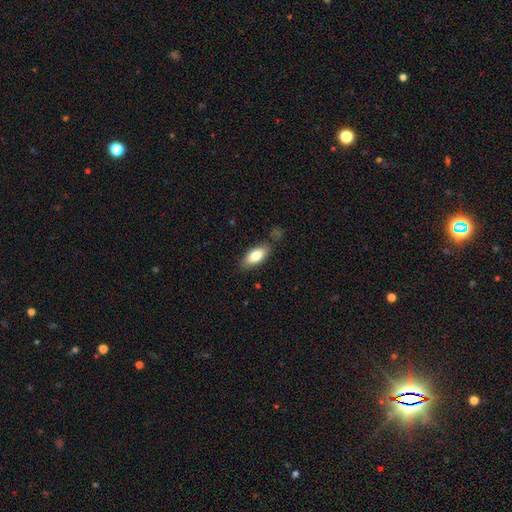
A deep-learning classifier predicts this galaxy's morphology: Q: Smooth or featured?
A: smooth (79%); runner-up: featured or disk (14%)
Q: How rounded?
A: in between (86%); runner-up: cigar-shaped (11%)
Q: Merging?
A: none (78%); runner-up: minor disturbance (15%)